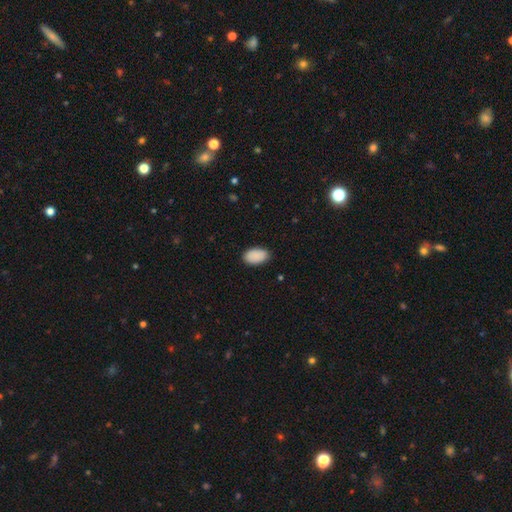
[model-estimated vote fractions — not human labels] Morphology: type=smooth (91%); roundness=in between (94%); merging=none (87%).